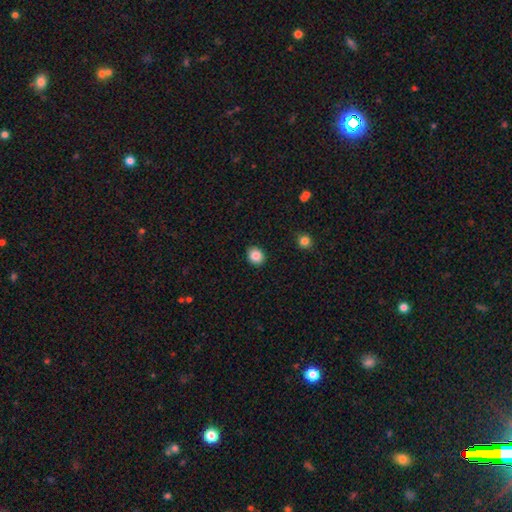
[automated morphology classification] A smooth galaxy with no disk features (86%) that is round (71%).

Vote fractions:
- Smooth or featured? smooth: 86% / star or artifact: 9% / featured or disk: 4%
- How rounded? round: 71% / in between: 29% / cigar-shaped: 1%
- Merging? none: 91% / minor disturbance: 6% / major disturbance: 2% / merger: 1%